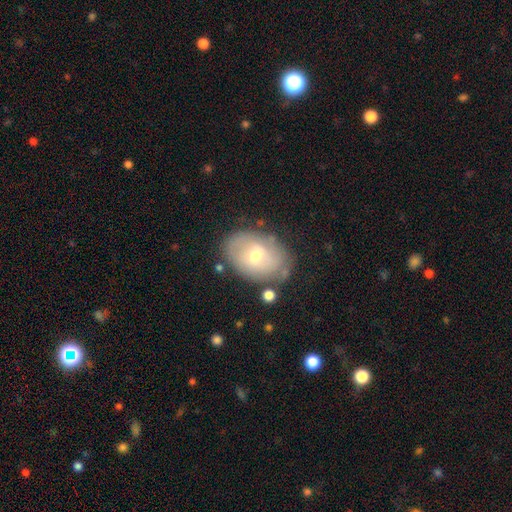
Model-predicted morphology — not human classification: Smooth or featured?
  - smooth: 51% *
  - featured or disk: 41%
  - star or artifact: 8%
How rounded?
  - in between: 77% *
  - round: 22%
  - cigar-shaped: 1%
Merging?
  - none: 74% *
  - minor disturbance: 18%
  - major disturbance: 5%
  - merger: 4%